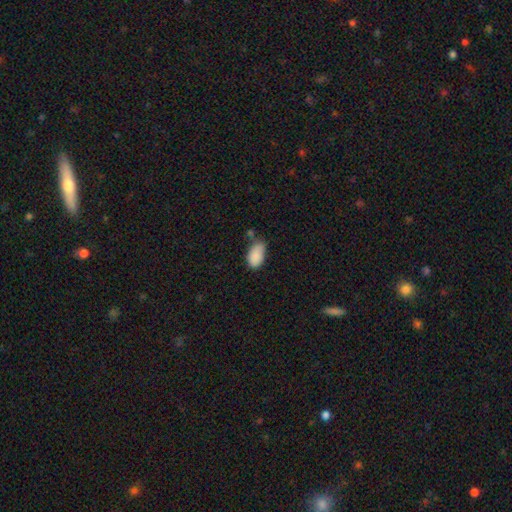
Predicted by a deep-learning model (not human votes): smooth_or_featured: smooth (p=0.88) [alt: star or artifact p=0.08]
how_rounded: in between (p=0.93) [alt: round p=0.05]
merging: none (p=0.51) [alt: minor disturbance p=0.33]